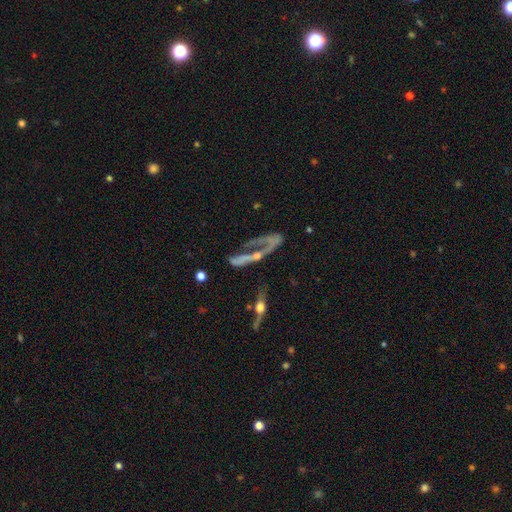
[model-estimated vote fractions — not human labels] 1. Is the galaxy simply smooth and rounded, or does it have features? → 66% featured or disk, 18% smooth, 15% star or artifact.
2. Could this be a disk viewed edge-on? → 73% no, 27% yes.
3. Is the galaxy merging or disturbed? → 39% major disturbance, 25% merger, 24% none, 12% minor disturbance.